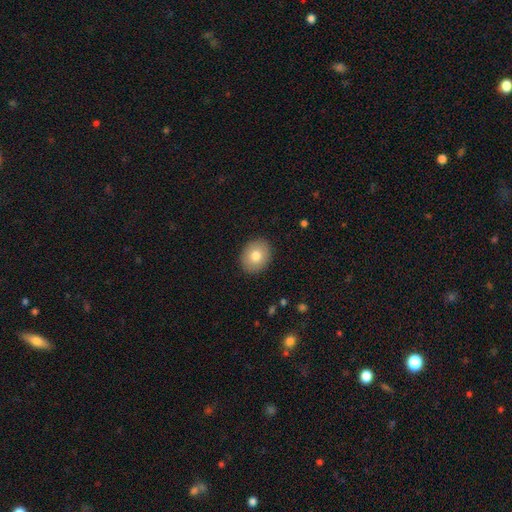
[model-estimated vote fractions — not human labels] This is likely a smooth galaxy (79%). How rounded: possibly in between (51%). Merging: clearly none (90%).